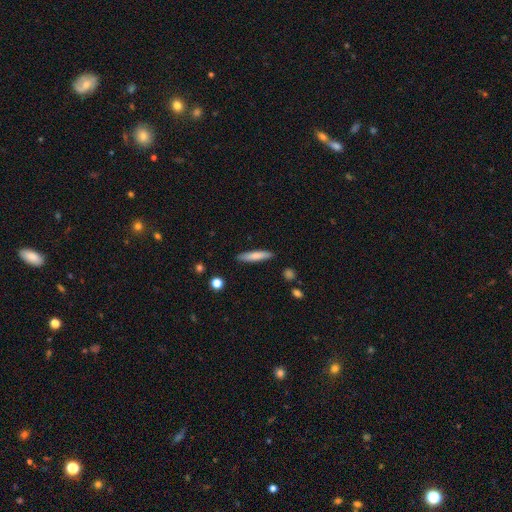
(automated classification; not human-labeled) Smooth or featured? Predicted: smooth (p=0.77). How rounded? Predicted: cigar-shaped (p=0.87). Merging? Predicted: none (p=0.88).